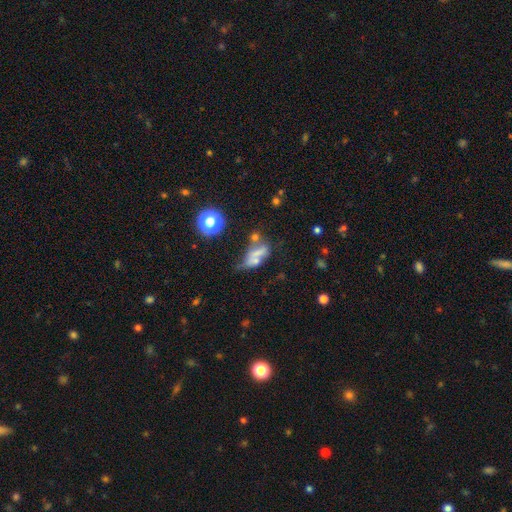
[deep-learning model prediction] This is possibly a smooth galaxy (53%). How rounded: likely in between (73%). Merging: marginally merger (33%).